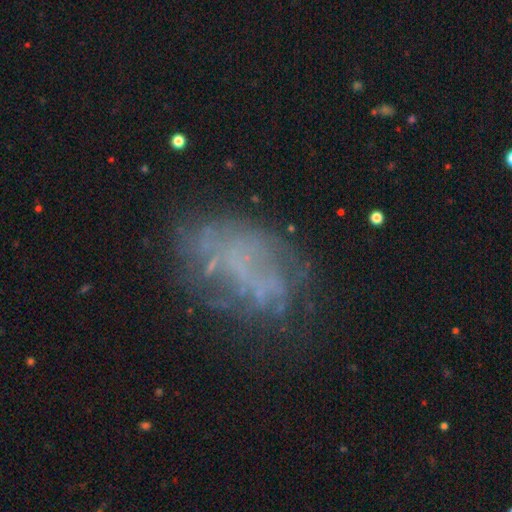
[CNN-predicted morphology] type=featured or disk (53%); edge-on=no (97%); bar=no (88%); spiral arms=no (81%); bulge=none (84%); merging=none (55%).